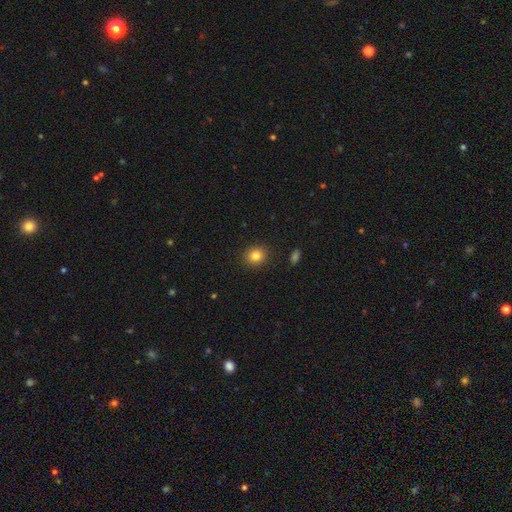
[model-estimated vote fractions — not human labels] smooth_or_featured: smooth (p=0.84) [alt: star or artifact p=0.11]
how_rounded: round (p=0.76) [alt: in between p=0.23]
merging: none (p=0.90) [alt: minor disturbance p=0.06]